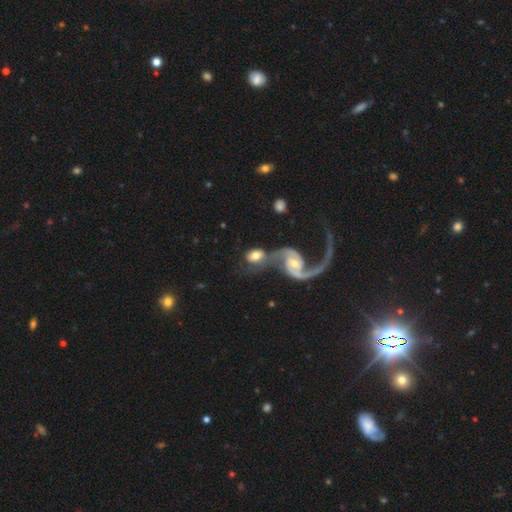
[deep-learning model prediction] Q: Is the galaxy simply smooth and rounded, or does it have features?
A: featured or disk — 51%.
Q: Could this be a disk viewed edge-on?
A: no — 96%.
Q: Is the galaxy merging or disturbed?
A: merger — 59%.